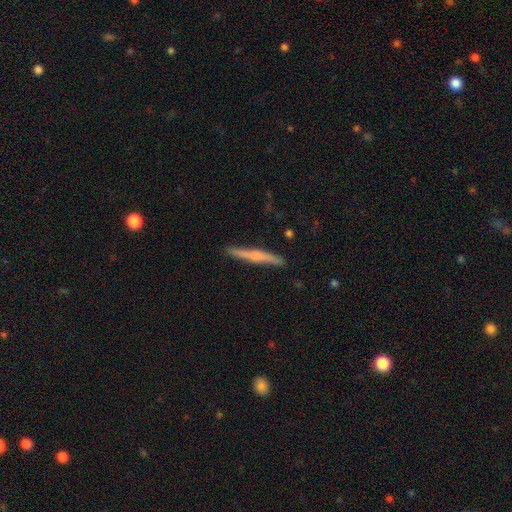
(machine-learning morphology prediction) The model was most divided on "edge-on bulge": rounded: 52%, none: 33%, boxy: 14%. More confident: edge-on disk — yes (97%); merging — none (88%); smooth or featured — featured or disk (57%).